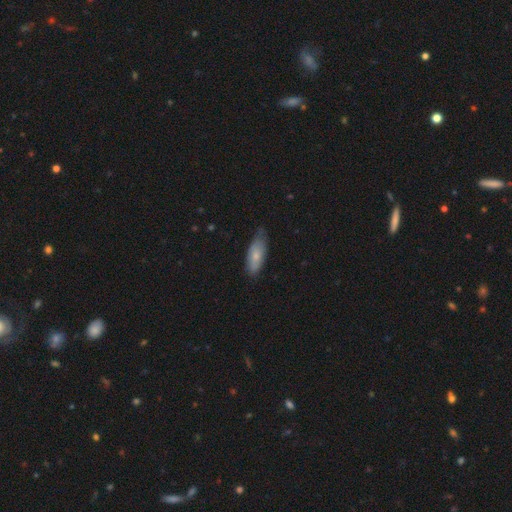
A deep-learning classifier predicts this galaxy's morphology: A smooth galaxy with no disk features (73%) that is in between round and cigar-shaped (71%). Merging: none (56%).